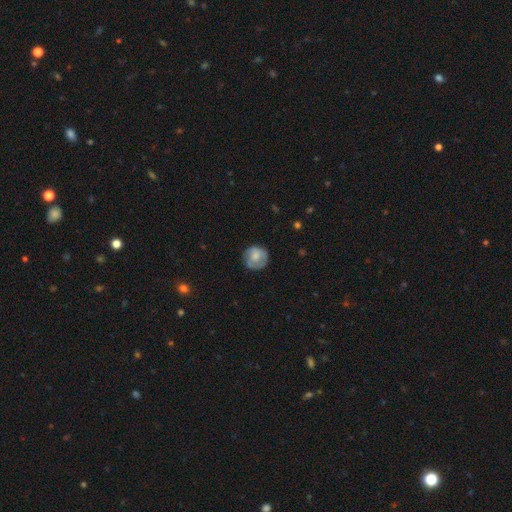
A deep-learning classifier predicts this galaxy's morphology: A smooth galaxy with no disk features (62%) that is round (89%). Merging: none (71%).